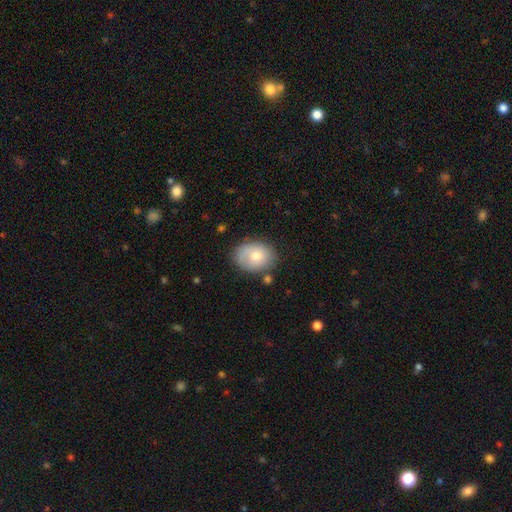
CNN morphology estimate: Smooth or featured? smooth (65%)
How rounded? in between (60%)
Merging? none (70%)